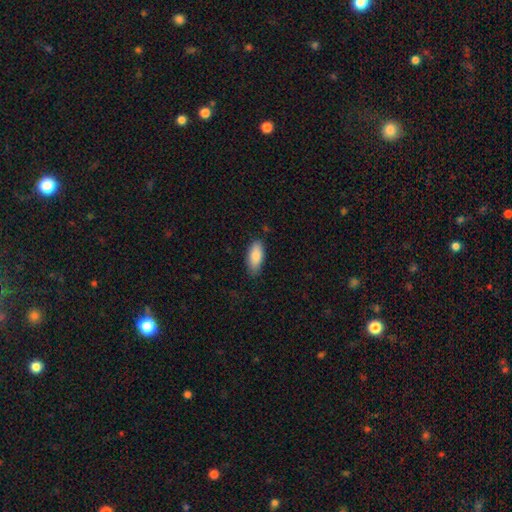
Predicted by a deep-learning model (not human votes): Smooth or featured: smooth — 85% (featured or disk — 9%)
How rounded: in between — 86% (cigar-shaped — 12%)
Merging: none — 82% (minor disturbance — 14%)